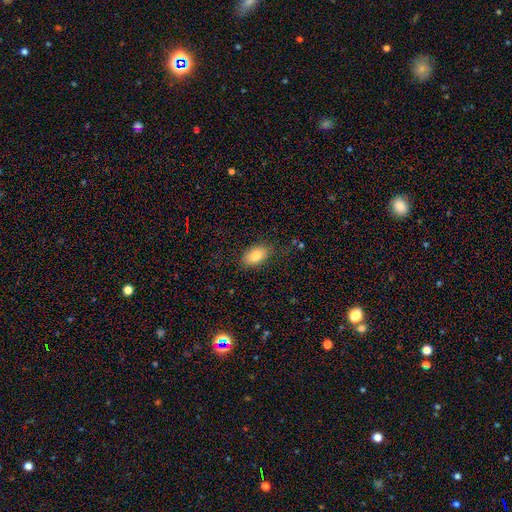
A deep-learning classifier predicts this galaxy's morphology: A smooth galaxy with no disk features (82%) that is in between round and cigar-shaped (90%).

Vote fractions:
- Smooth or featured? smooth: 82% / featured or disk: 10% / star or artifact: 7%
- How rounded? in between: 90% / round: 8% / cigar-shaped: 2%
- Merging? none: 81% / minor disturbance: 14% / major disturbance: 4% / merger: 1%